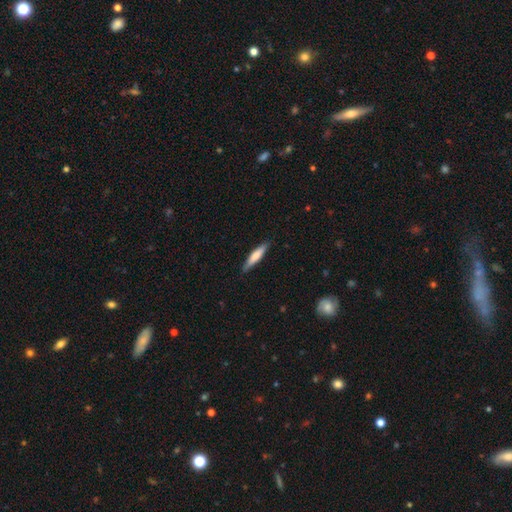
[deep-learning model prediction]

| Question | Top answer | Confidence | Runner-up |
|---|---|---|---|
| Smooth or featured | smooth | 67% | featured or disk (28%) |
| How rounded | cigar-shaped | 85% | in between (14%) |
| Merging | none | 87% | minor disturbance (10%) |